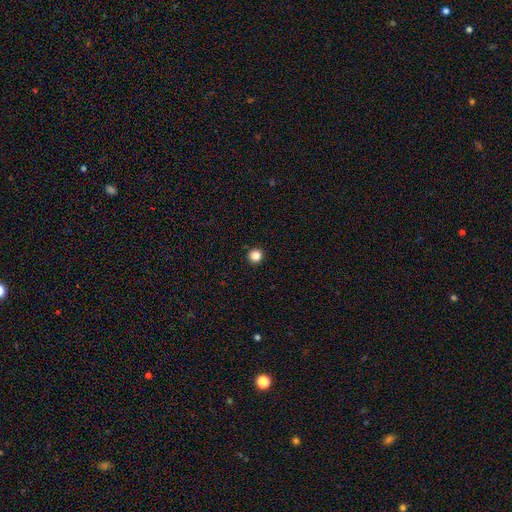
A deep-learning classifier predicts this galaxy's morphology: type=smooth (85%); roundness=round (96%); merging=none (93%).